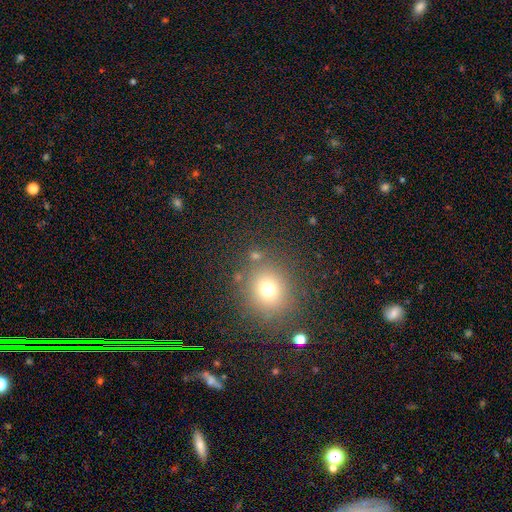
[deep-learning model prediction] A smooth galaxy with no disk features (67%) that is round (83%).

Vote fractions:
- Smooth or featured? smooth: 67% / star or artifact: 24% / featured or disk: 9%
- How rounded? round: 83% / in between: 15% / cigar-shaped: 1%
- Merging? none: 79% / minor disturbance: 9% / merger: 7% / major disturbance: 4%